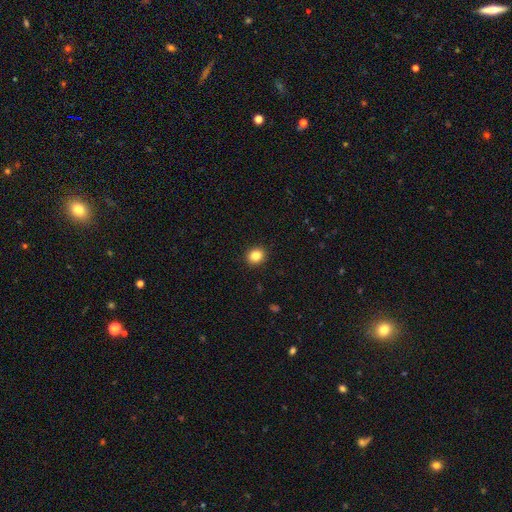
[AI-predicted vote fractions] Morphology: type=smooth (84%); roundness=round (73%); merging=none (92%).